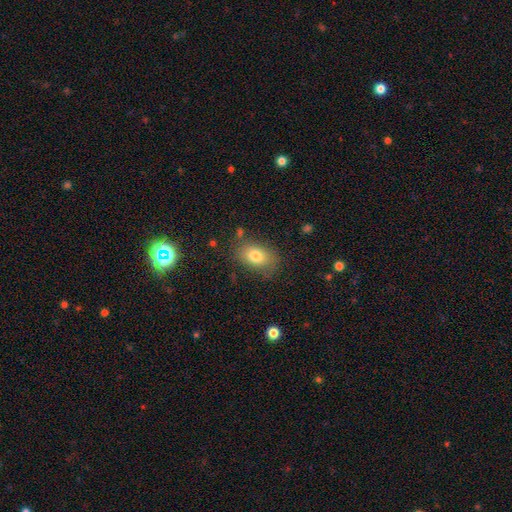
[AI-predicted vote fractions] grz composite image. It shows a smooth galaxy with no disk features (79%) that is in between round and cigar-shaped (82%). Merging: none (76%).